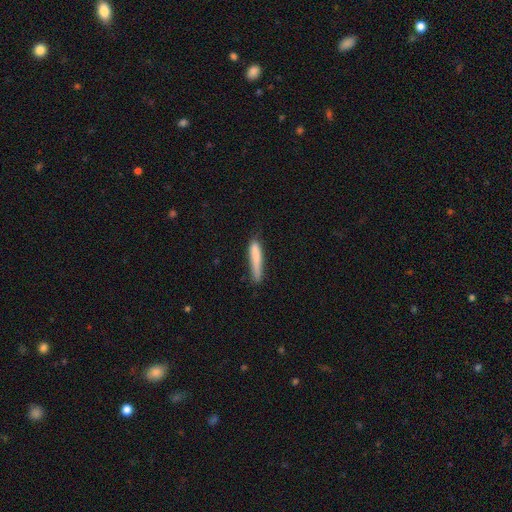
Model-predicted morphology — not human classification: Smooth or featured? Predicted: smooth (p=0.79). How rounded? Predicted: cigar-shaped (p=0.91). Merging? Predicted: none (p=0.67).